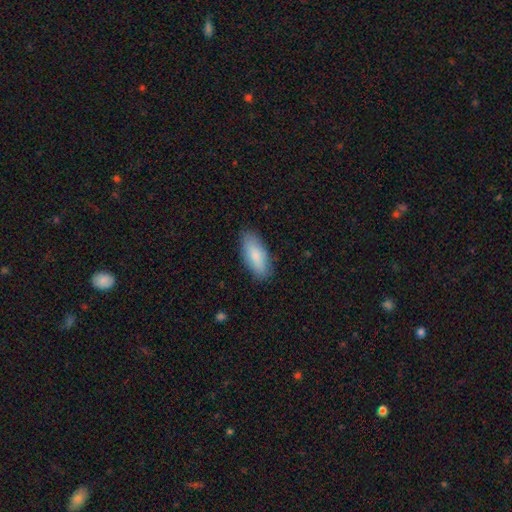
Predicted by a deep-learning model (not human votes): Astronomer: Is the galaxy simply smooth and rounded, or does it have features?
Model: smooth — 84%.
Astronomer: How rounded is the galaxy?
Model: in between — 80%.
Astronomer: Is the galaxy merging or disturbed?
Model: none — 85%.